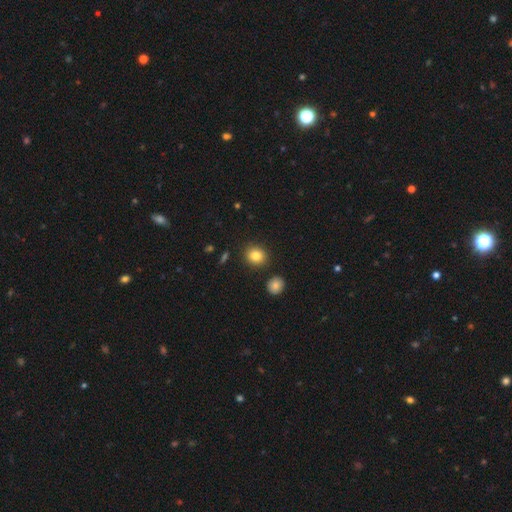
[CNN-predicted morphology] This appears to be a smooth galaxy with no disk features (84%) that is round (79%). Merging: none (87%).